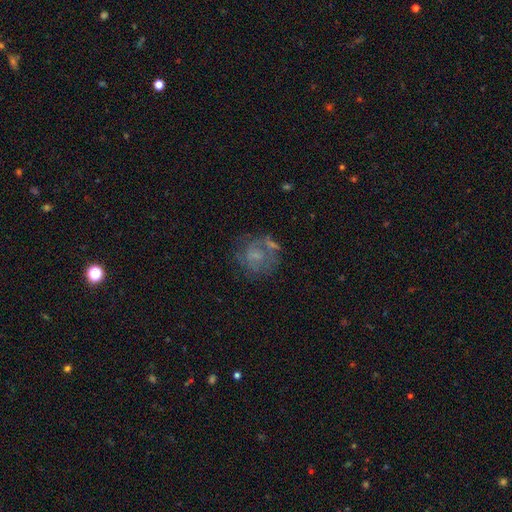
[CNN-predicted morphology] This is possibly a featured or disk galaxy (49%). Merging: possibly none (52%).